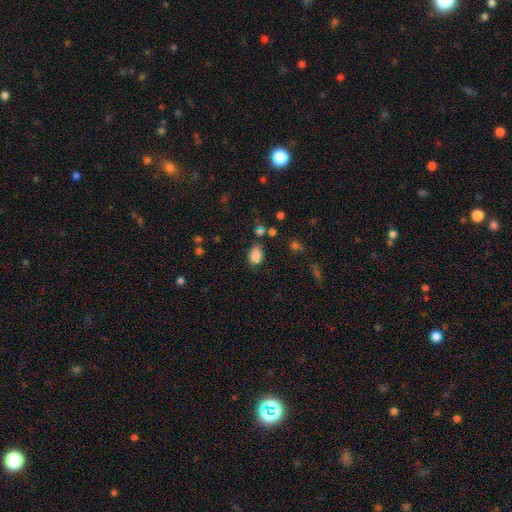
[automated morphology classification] A smooth galaxy with no disk features (85%) that is in between round and cigar-shaped (82%). Merging: none (75%).